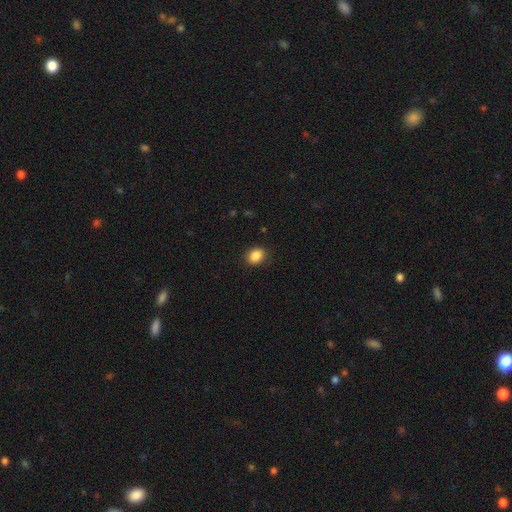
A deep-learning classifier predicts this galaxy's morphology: Overall: smooth (87%). How rounded: in between (51%; round 48%). Merging: none (88%).